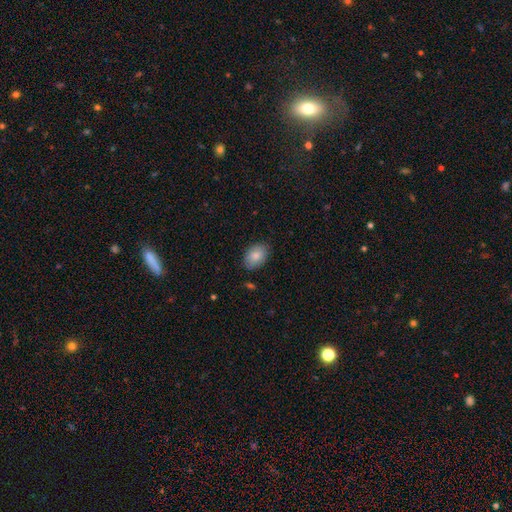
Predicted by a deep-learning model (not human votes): This is clearly a smooth galaxy (85%). How rounded: clearly in between (87%). Merging: clearly none (84%).